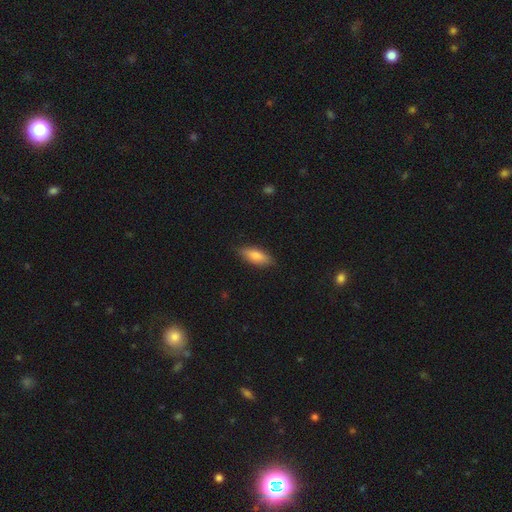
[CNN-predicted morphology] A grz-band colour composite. It shows a smooth galaxy with no disk features (77%) that is in between round and cigar-shaped (71%). Merging: none (85%).